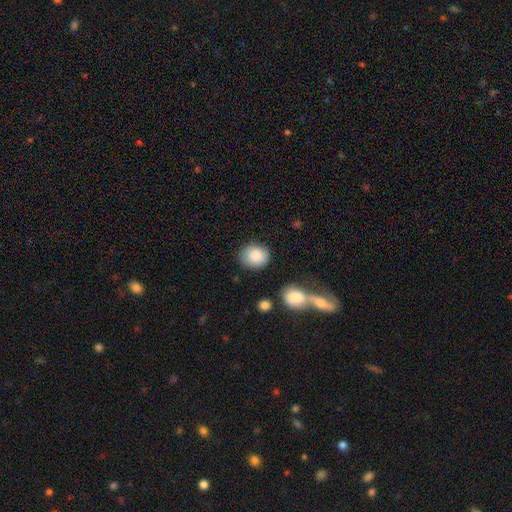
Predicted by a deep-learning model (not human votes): A smooth galaxy with no disk features (87%) that is round (64%).

Vote fractions:
- Smooth or featured? smooth: 87% / star or artifact: 7% / featured or disk: 6%
- How rounded? round: 64% / in between: 35% / cigar-shaped: 1%
- Merging? none: 81% / minor disturbance: 12% / merger: 3% / major disturbance: 3%